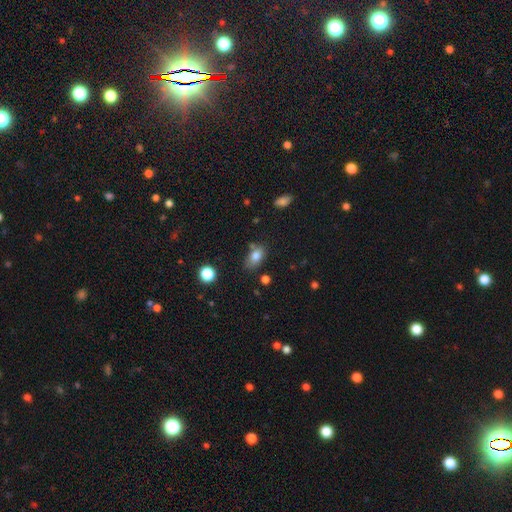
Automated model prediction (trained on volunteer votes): Q: Smooth or featured?
A: smooth (81%); runner-up: star or artifact (10%)
Q: How rounded?
A: in between (87%); runner-up: round (10%)
Q: Merging?
A: none (63%); runner-up: minor disturbance (22%)